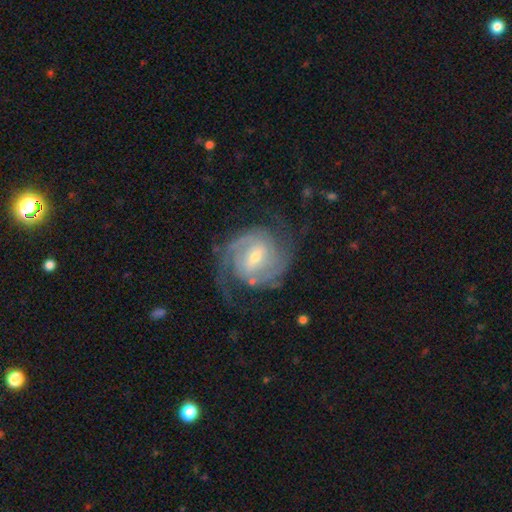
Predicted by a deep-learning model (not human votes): A featured or disk galaxy (91%) with a weak bar (53%), 2 (73%) tight (50%) spiral arms (98%) and a small central bulge (51%).

Vote fractions:
- Smooth or featured? featured or disk: 91% / smooth: 5% / star or artifact: 4%
- Edge-on disk? no: 98% / yes: 2%
- Bar? weak: 53% / strong: 28% / no: 19%
- Spiral arms? yes: 98% / no: 2%
- Spiral winding? tight: 50% / medium: 41% / loose: 9%
- Spiral arm count? 2: 73% / 3: 11% / can't tell: 8% / 4: 3% / 1: 3% / more than 4: 3%
- Bulge size? small: 51% / moderate: 45% / large: 2% / none: 1% / dominant: 1%
- Merging? none: 73% / minor disturbance: 15% / major disturbance: 10% / merger: 2%